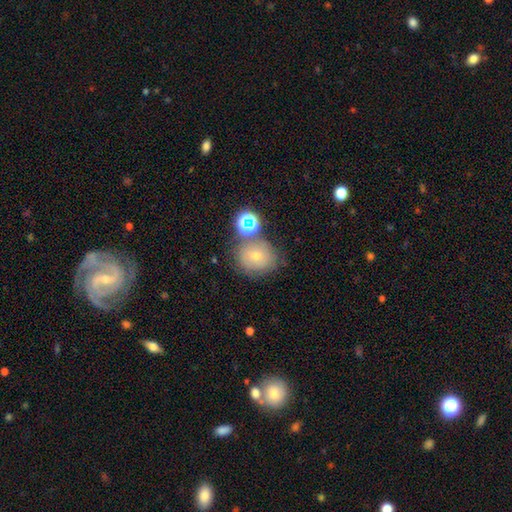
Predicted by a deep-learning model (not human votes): Smooth or featured: smooth — 62% (featured or disk — 20%)
How rounded: round — 81% (in between — 18%)
Merging: none — 63% (merger — 16%)